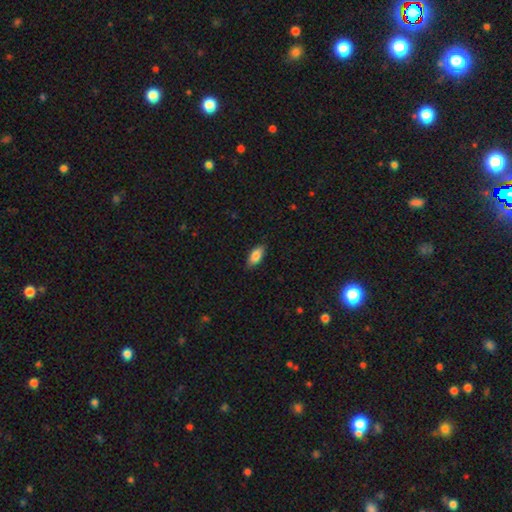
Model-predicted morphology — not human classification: smooth_or_featured: smooth (p=0.86) [alt: featured or disk p=0.07]
how_rounded: in between (p=0.89) [alt: cigar-shaped p=0.08]
merging: none (p=0.85) [alt: minor disturbance p=0.12]